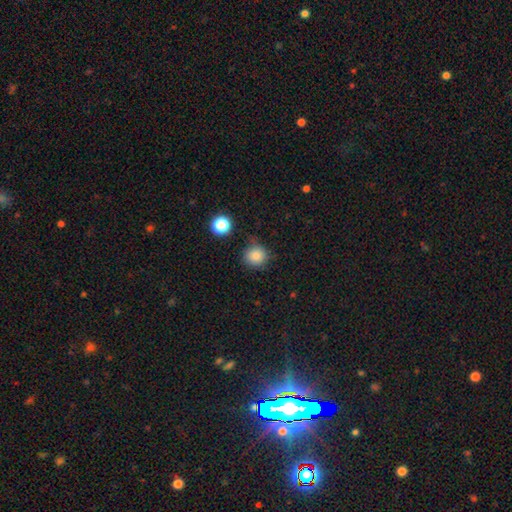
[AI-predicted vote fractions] Smooth or featured? Predicted: smooth (p=0.85). How rounded? Predicted: round (p=0.90). Merging? Predicted: none (p=0.76).